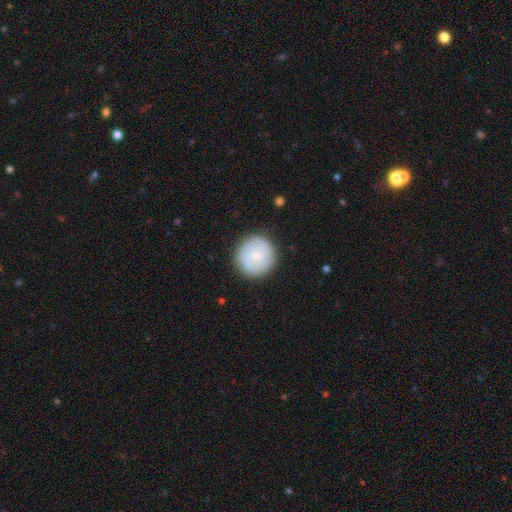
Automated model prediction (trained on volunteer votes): smooth-or-featured: smooth: 58% | featured or disk: 36% | star or artifact: 6%
  how-rounded: round: 95% | in between: 4% | cigar-shaped: 1%
  merging: none: 86% | minor disturbance: 10% | major disturbance: 3% | merger: 1%